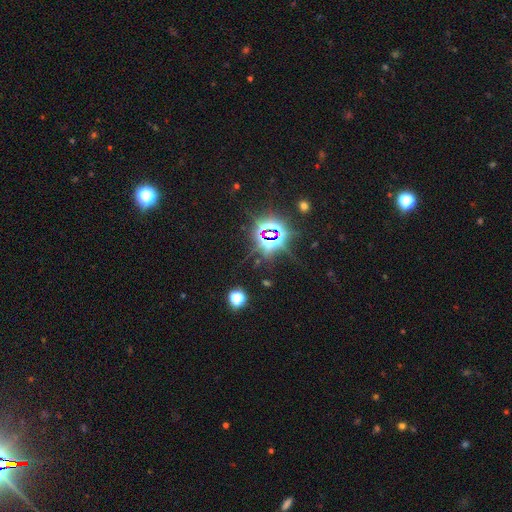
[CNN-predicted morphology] star or artifact 81%, smooth 13%, featured or disk 6%.